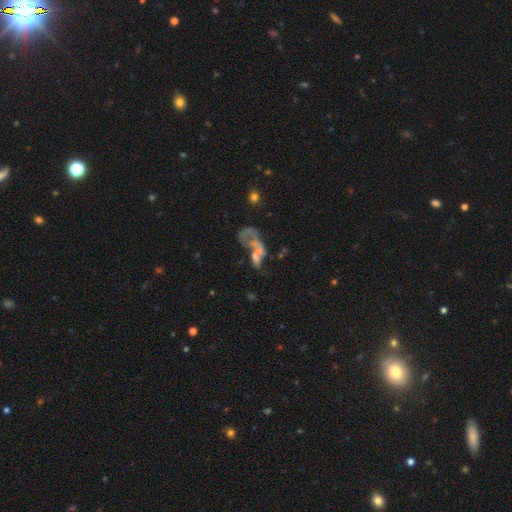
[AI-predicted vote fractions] Overall: featured or disk (51%; smooth 27%). Edge-on disk: no (94%). Merging: merger (43%; major disturbance 29%).